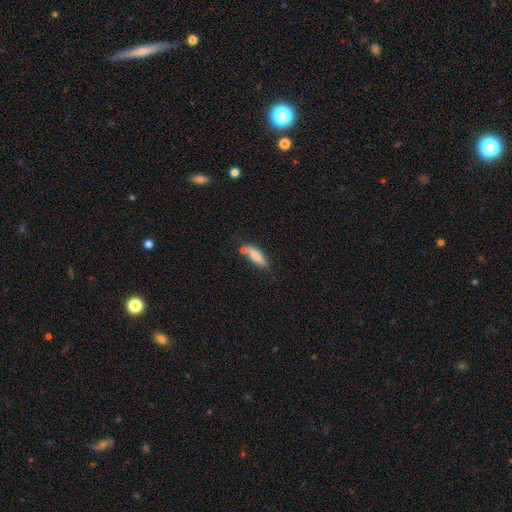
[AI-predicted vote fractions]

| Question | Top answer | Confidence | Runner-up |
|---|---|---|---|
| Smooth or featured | smooth | 83% | featured or disk (10%) |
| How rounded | in between | 54% | cigar-shaped (44%) |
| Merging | none | 58% | minor disturbance (20%) |